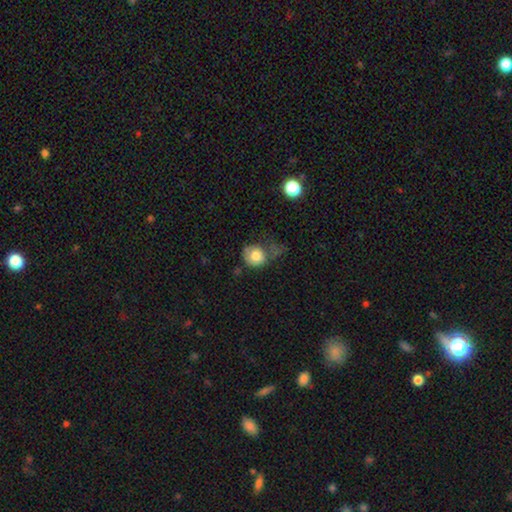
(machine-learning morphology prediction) Q: Smooth or featured?
A: smooth (78%); runner-up: featured or disk (13%)
Q: How rounded?
A: round (69%); runner-up: in between (30%)
Q: Merging?
A: major disturbance (35%); runner-up: none (29%)